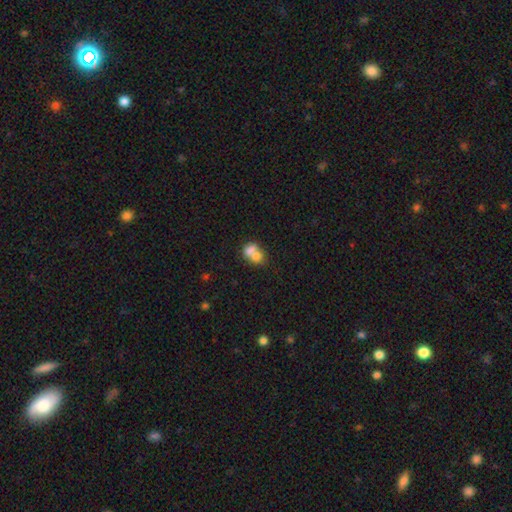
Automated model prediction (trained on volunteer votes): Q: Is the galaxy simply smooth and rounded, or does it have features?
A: smooth — 71%.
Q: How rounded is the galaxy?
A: in between — 55%.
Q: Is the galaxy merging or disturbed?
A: merger — 69%.